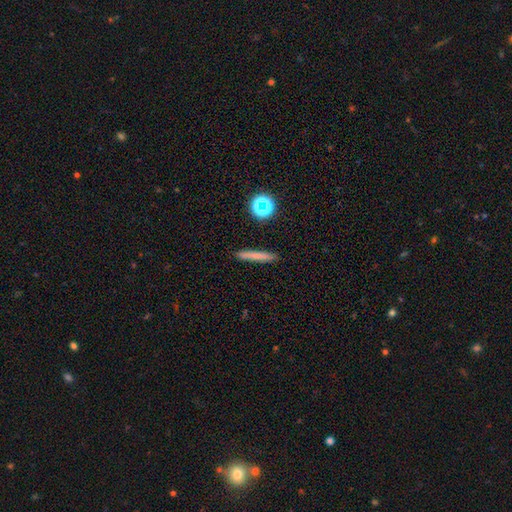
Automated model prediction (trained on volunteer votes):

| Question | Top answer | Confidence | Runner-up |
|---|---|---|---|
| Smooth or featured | smooth | 72% | featured or disk (17%) |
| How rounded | cigar-shaped | 93% | in between (4%) |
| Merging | none | 90% | minor disturbance (7%) |